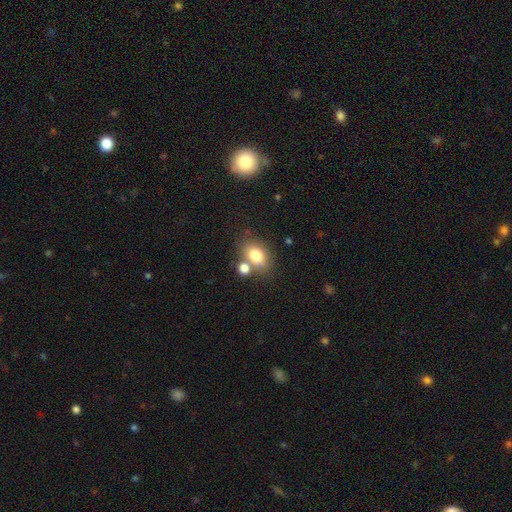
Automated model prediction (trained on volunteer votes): Smooth or featured? smooth (78%)
How rounded? in between (72%)
Merging? none (59%)